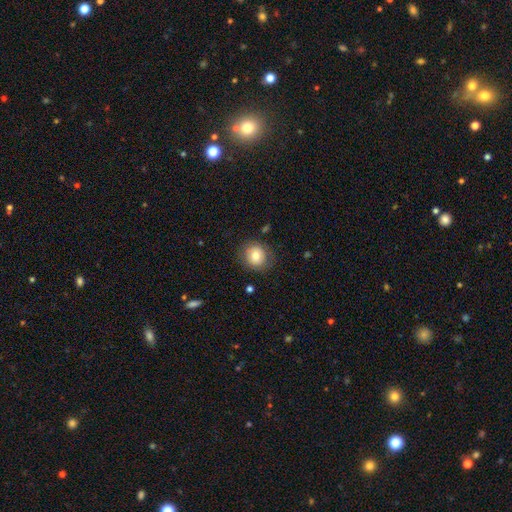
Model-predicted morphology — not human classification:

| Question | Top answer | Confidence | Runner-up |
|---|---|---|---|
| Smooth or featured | smooth | 77% | featured or disk (14%) |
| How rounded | round | 83% | in between (16%) |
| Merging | none | 83% | minor disturbance (12%) |